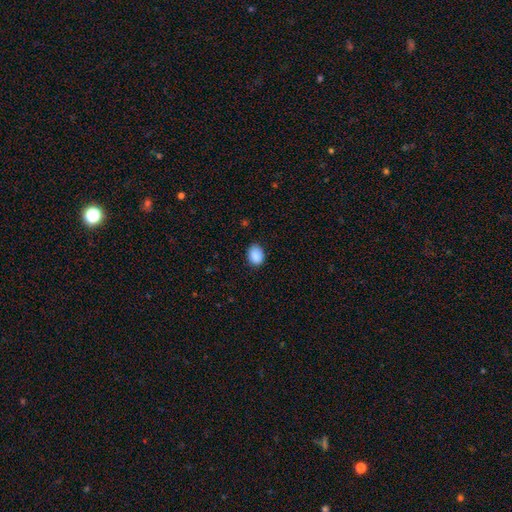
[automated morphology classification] smooth-or-featured: smooth: 90% | star or artifact: 8% | featured or disk: 3%
  how-rounded: in between: 64% | round: 35% | cigar-shaped: 1%
  merging: none: 84% | minor disturbance: 13% | major disturbance: 2% | merger: 1%